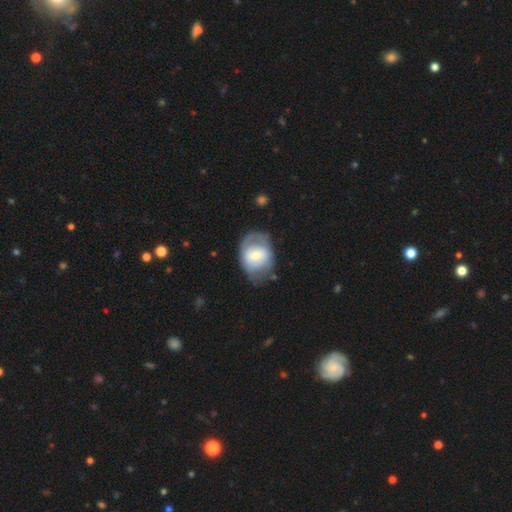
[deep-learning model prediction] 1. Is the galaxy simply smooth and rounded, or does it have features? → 49% featured or disk, 45% smooth, 6% star or artifact.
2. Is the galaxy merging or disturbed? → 50% none, 29% minor disturbance, 19% major disturbance, 3% merger.